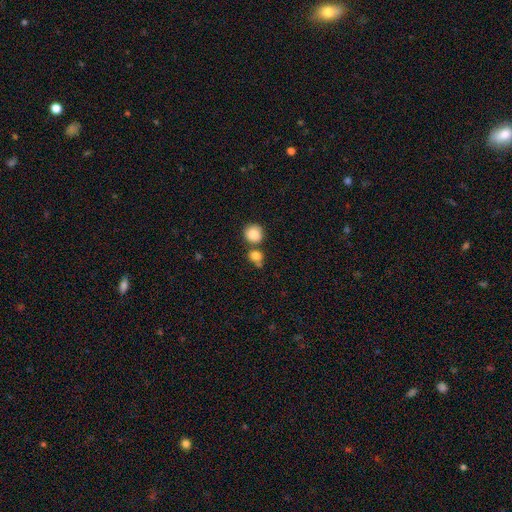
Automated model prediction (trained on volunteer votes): smooth_or_featured: smooth (p=0.83) [alt: star or artifact p=0.10]
how_rounded: round (p=0.73) [alt: in between p=0.25]
merging: none (p=0.52) [alt: merger p=0.33]